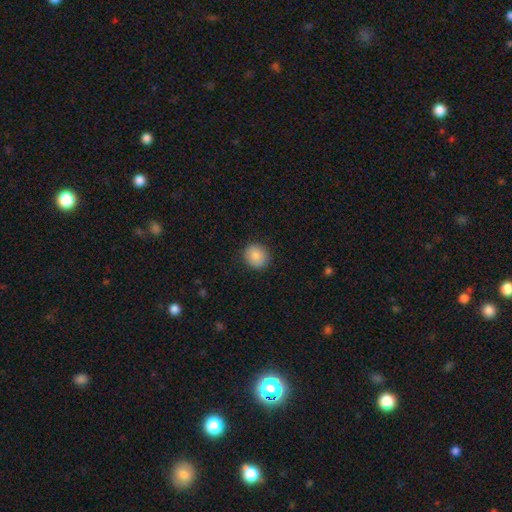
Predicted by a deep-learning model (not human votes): This is clearly a smooth galaxy (86%). How rounded: clearly round (83%). Merging: clearly none (90%).